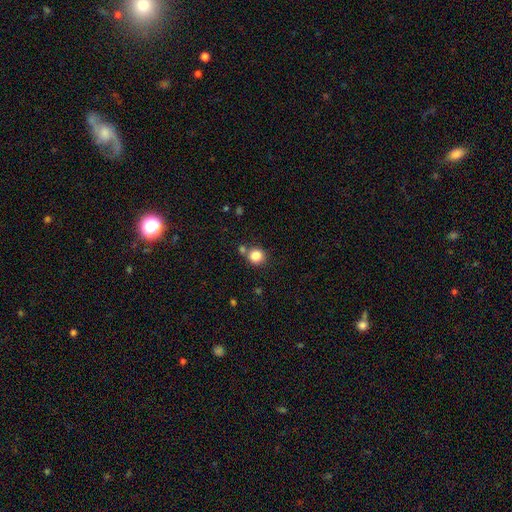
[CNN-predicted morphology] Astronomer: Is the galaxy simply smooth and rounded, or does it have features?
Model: smooth — 84%.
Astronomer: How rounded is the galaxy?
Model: round — 90%.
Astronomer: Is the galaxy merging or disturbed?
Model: none — 70%.